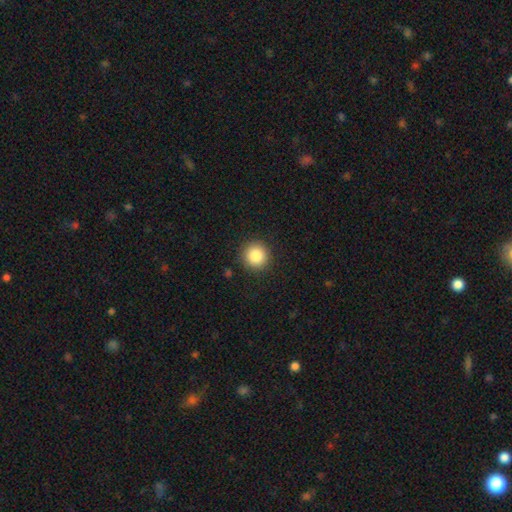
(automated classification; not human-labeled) A smooth galaxy with no disk features (86%) that is round (94%).

Vote fractions:
- Smooth or featured? smooth: 86% / star or artifact: 9% / featured or disk: 5%
- How rounded? round: 94% / in between: 5% / cigar-shaped: 1%
- Merging? none: 91% / minor disturbance: 6% / major disturbance: 2% / merger: 1%